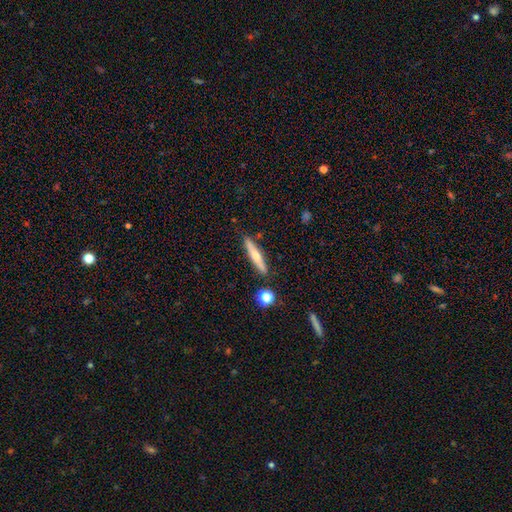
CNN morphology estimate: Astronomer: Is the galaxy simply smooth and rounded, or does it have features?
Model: smooth — 48% (runner-up: featured or disk, 45%).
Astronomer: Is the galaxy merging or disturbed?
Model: none — 85%.